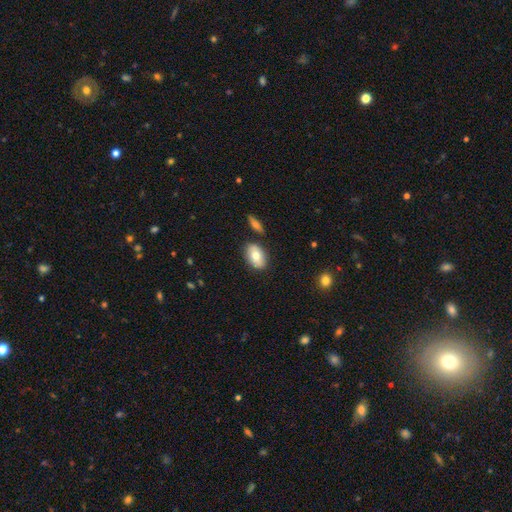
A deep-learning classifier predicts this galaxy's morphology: A smooth galaxy with no disk features (75%) that is in between round and cigar-shaped (89%). Merging: none (80%).